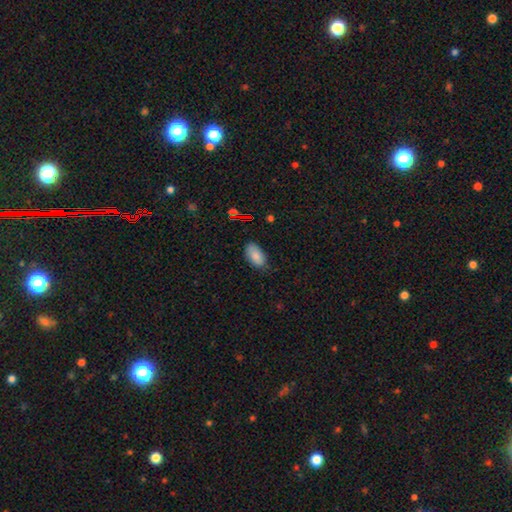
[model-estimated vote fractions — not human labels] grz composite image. It shows a smooth galaxy with no disk features (83%) that is in between round and cigar-shaped (93%). Merging: none (74%).